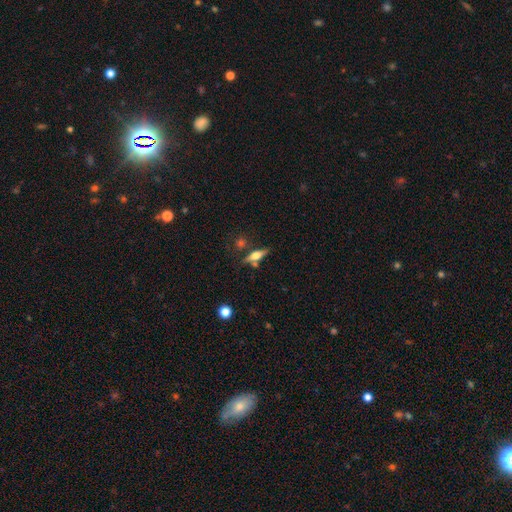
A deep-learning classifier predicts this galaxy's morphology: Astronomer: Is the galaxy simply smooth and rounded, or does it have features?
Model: featured or disk — 51% (runner-up: smooth, 40%).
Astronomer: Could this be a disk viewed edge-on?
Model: yes — 91%.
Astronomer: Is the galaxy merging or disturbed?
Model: none — 70%.